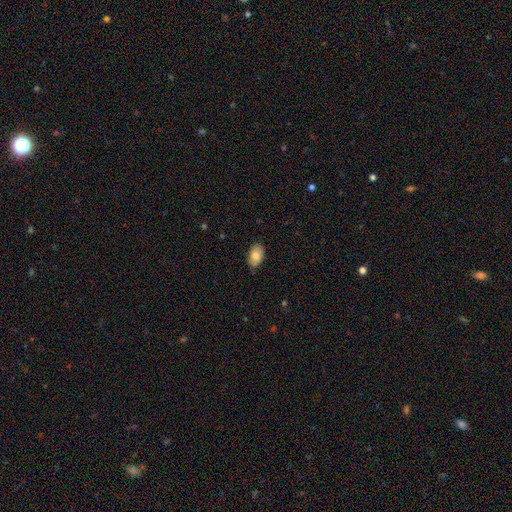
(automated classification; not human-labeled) smooth-or-featured: smooth: 81% | featured or disk: 13% | star or artifact: 7%
  how-rounded: in between: 93% | round: 6% | cigar-shaped: 1%
  merging: none: 83% | minor disturbance: 14% | major disturbance: 2% | merger: 1%